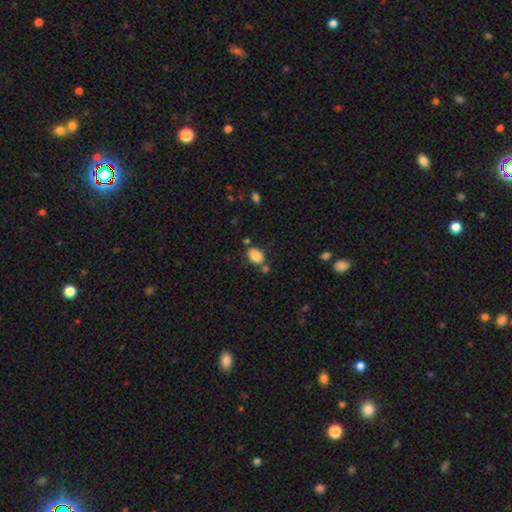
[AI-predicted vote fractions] Morphology: type=smooth (85%); roundness=in between (81%); merging=none (68%).